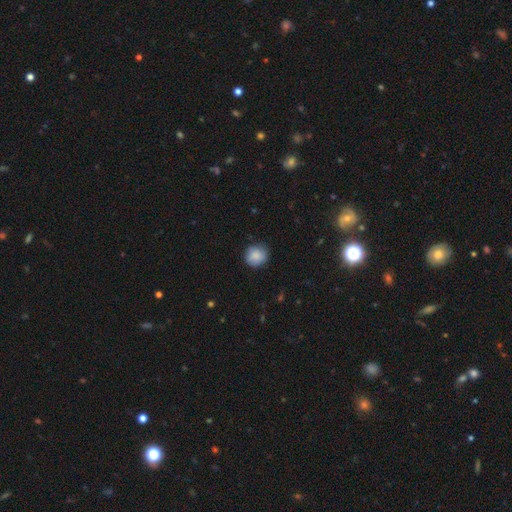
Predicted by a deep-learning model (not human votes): smooth_or_featured: smooth (p=0.86) [alt: star or artifact p=0.07]
how_rounded: round (p=0.88) [alt: in between p=0.11]
merging: none (p=0.83) [alt: minor disturbance p=0.14]